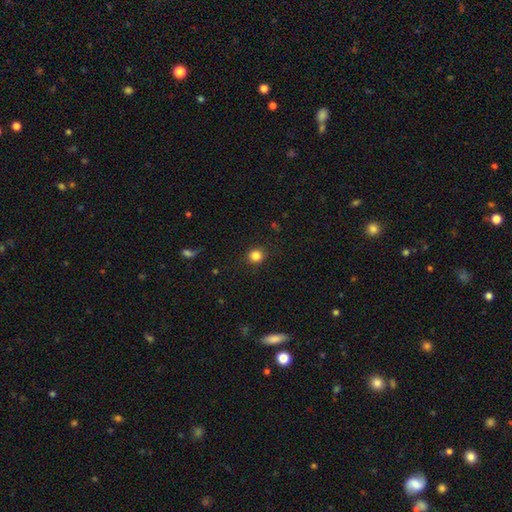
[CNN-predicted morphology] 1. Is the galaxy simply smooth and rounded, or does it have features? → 84% smooth, 11% star or artifact, 5% featured or disk.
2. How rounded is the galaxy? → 87% round, 12% in between, 1% cigar-shaped.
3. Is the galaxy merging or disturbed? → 89% none, 7% minor disturbance, 3% major disturbance, 1% merger.